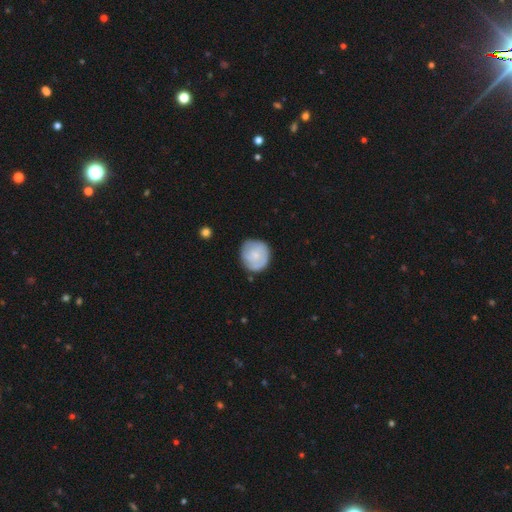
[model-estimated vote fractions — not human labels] Overall: smooth (57%; featured or disk 37%). How rounded: round (88%). Merging: none (79%).